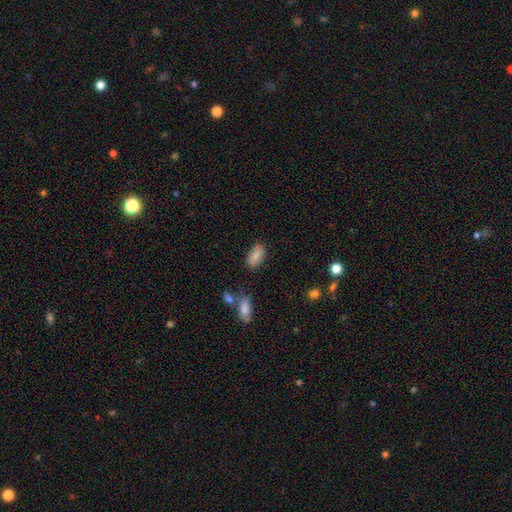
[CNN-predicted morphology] smooth_or_featured: smooth (p=0.83) [alt: featured or disk p=0.10]
how_rounded: in between (p=0.92) [alt: cigar-shaped p=0.05]
merging: none (p=0.80) [alt: minor disturbance p=0.13]